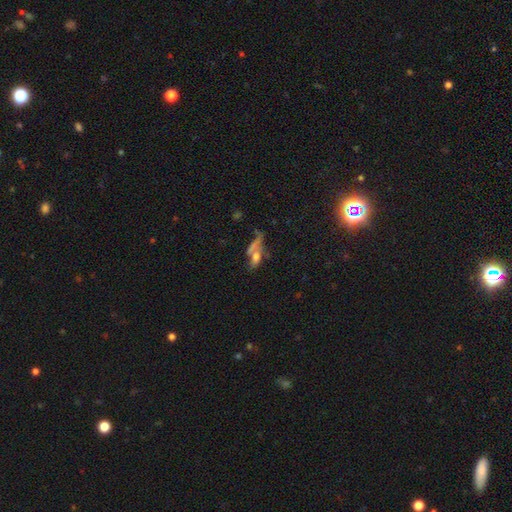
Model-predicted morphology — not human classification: Overall: smooth (49%; featured or disk 32%). Merging: none (32%, tied with merger).